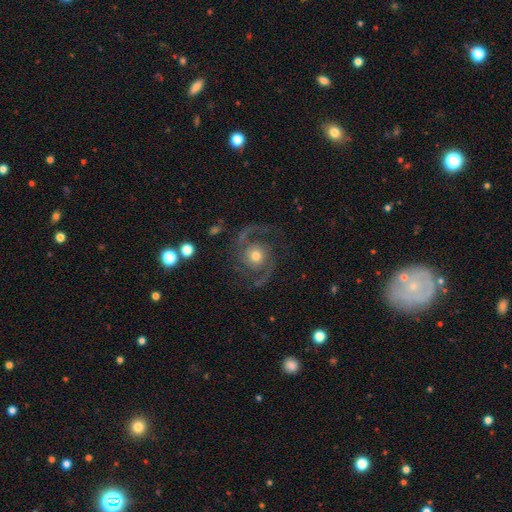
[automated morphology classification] type=featured or disk (91%); edge-on=no (98%); bar=no (73%); spiral arms=yes (98%); winding=medium (59%); arm count=2 (92%); bulge=moderate (65%); merging=none (78%).